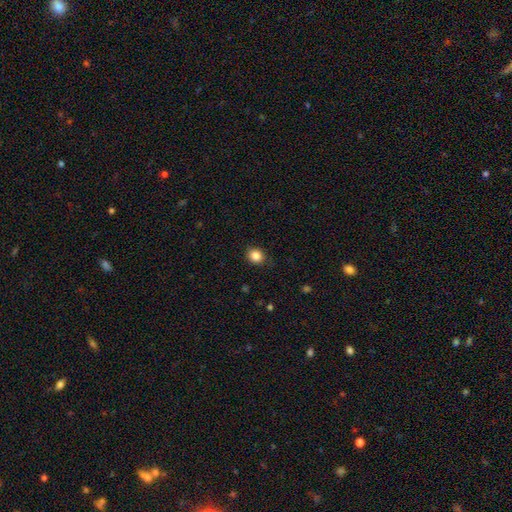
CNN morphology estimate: Q: Smooth or featured?
A: smooth (85%); runner-up: star or artifact (10%)
Q: How rounded?
A: round (73%); runner-up: in between (26%)
Q: Merging?
A: none (87%); runner-up: minor disturbance (10%)